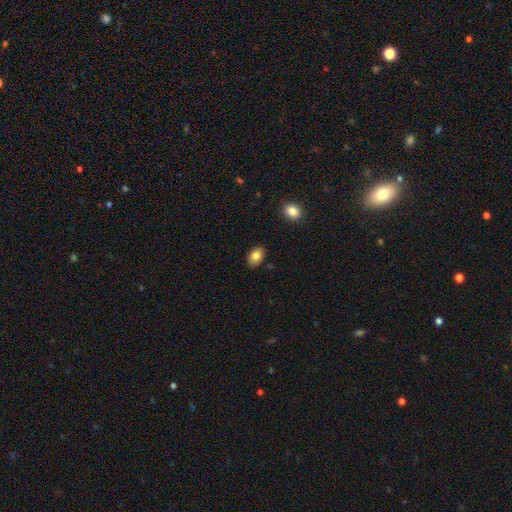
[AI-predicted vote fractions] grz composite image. It shows a smooth galaxy with no disk features (84%) that is in between round and cigar-shaped (84%). Merging: none (84%).